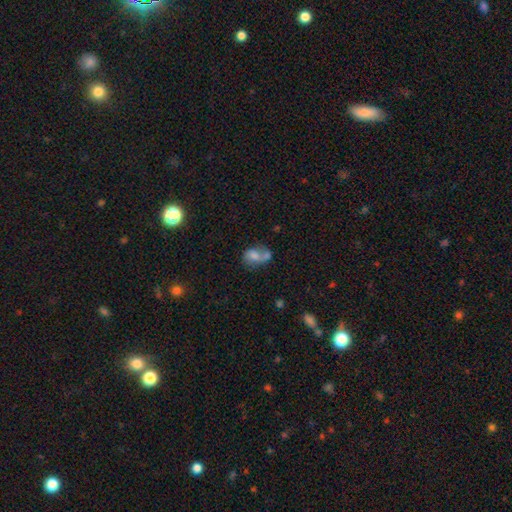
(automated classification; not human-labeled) Smooth or featured: smooth — 60% (featured or disk — 29%)
How rounded: in between — 68% (round — 31%)
Merging: merger — 46% (none — 29%)